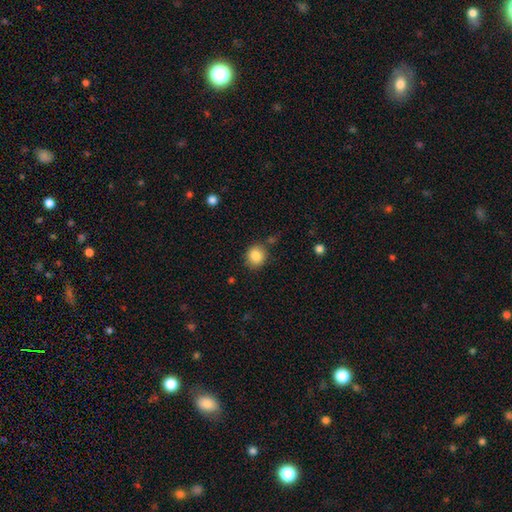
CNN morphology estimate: Smooth or featured: smooth — 86% (star or artifact — 9%)
How rounded: round — 83% (in between — 16%)
Merging: none — 82% (minor disturbance — 11%)